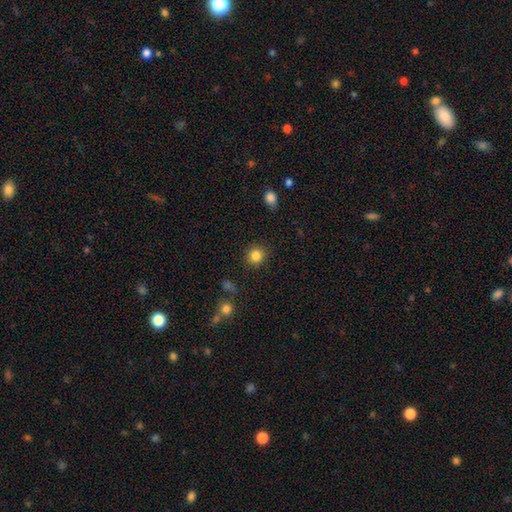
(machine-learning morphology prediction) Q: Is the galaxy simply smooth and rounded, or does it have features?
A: smooth — 85%.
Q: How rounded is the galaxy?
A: round — 90%.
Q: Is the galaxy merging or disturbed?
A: none — 89%.